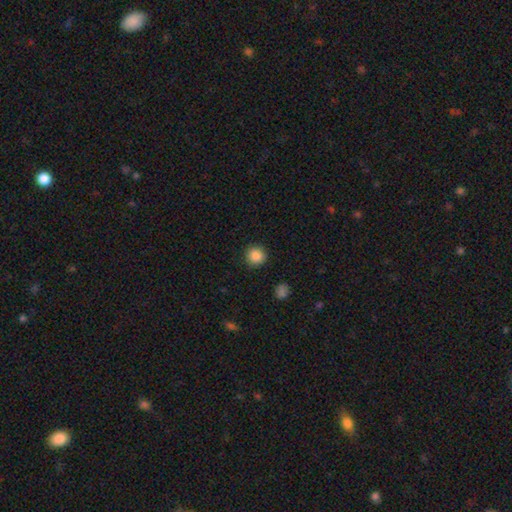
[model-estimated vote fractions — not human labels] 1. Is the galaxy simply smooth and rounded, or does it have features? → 87% smooth, 10% star or artifact, 3% featured or disk.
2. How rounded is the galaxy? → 93% round, 6% in between, 1% cigar-shaped.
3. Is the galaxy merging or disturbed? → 91% none, 6% minor disturbance, 2% major disturbance, 1% merger.